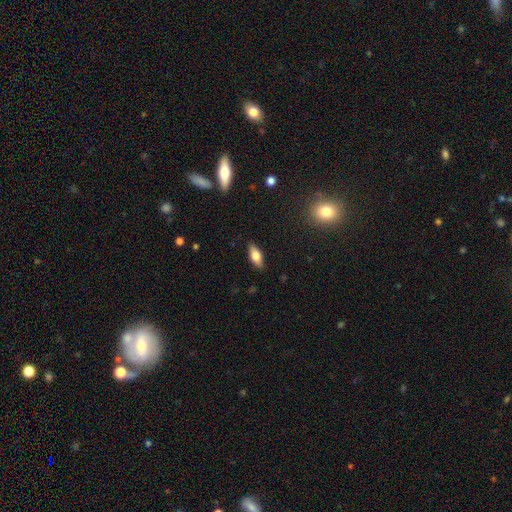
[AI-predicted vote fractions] smooth 65%, featured or disk 28%, star or artifact 7%. Down the decision tree: how rounded — in between (75%); merging — none (88%).